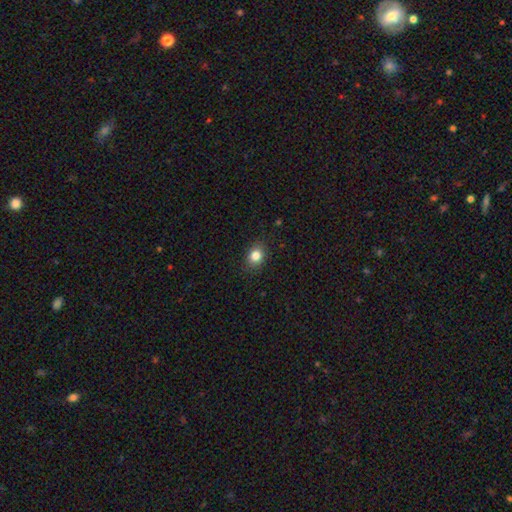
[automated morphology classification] type=smooth (83%); roundness=in between (51%); merging=none (86%).